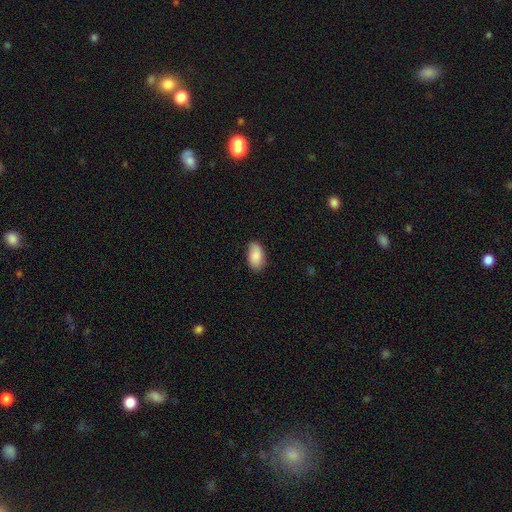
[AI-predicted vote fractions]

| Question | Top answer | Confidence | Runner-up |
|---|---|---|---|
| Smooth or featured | smooth | 87% | star or artifact (7%) |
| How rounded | in between | 94% | round (4%) |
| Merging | none | 79% | minor disturbance (17%) |